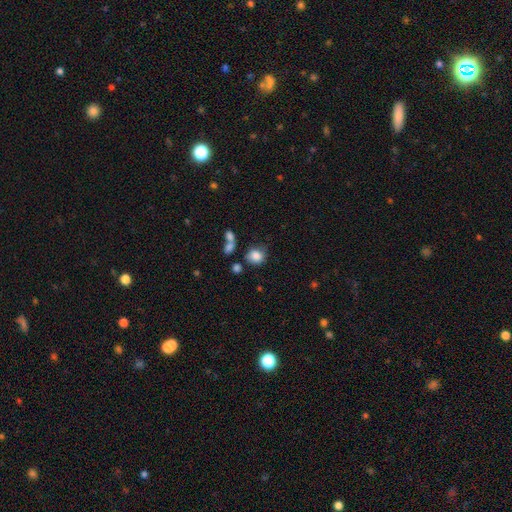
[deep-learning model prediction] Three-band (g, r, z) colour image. It shows a smooth galaxy with no disk features (84%) that is round (74%). Merging: none (58%).